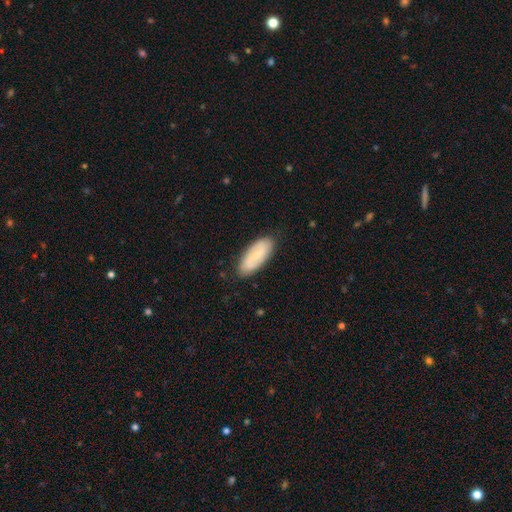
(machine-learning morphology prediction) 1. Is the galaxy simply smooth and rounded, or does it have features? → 60% smooth, 34% featured or disk, 6% star or artifact.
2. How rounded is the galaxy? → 80% in between, 18% cigar-shaped, 2% round.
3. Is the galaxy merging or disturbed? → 85% none, 11% minor disturbance, 2% major disturbance, 1% merger.